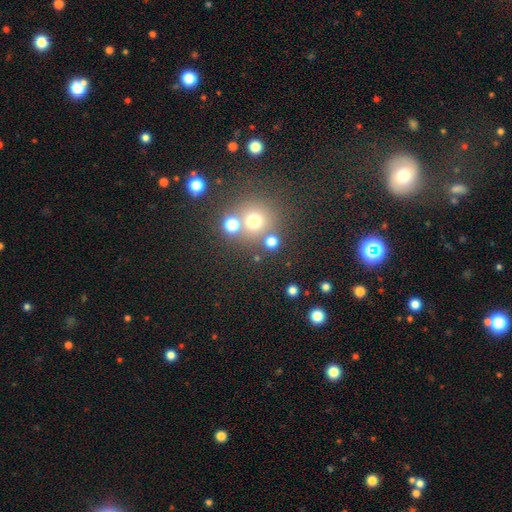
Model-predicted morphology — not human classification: This appears to be a smooth galaxy with no disk features (48%). Merging: none (65%).